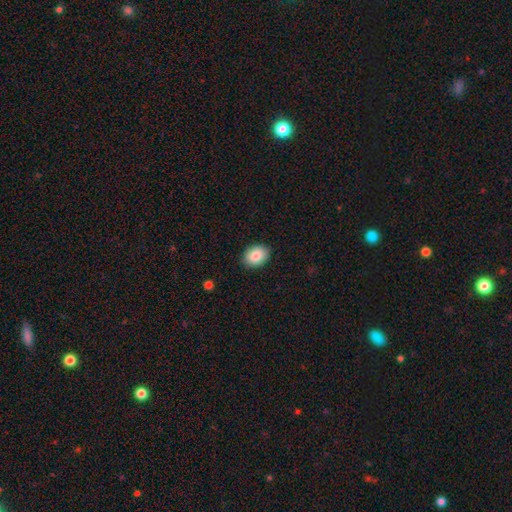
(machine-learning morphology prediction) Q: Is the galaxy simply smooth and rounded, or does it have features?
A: smooth — 86%.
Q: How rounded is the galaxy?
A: in between — 74%.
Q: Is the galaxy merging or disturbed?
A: none — 89%.